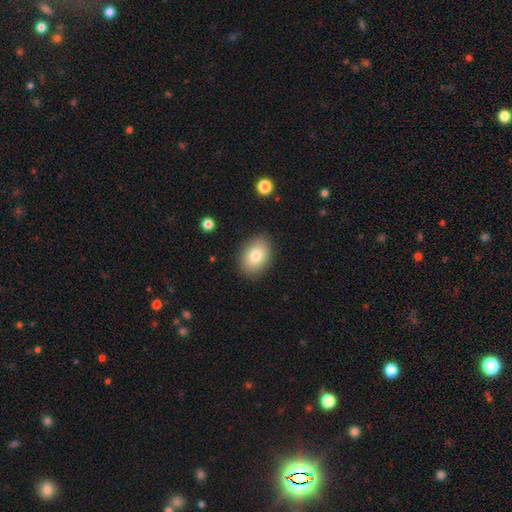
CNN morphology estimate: Smooth or featured?
  - smooth: 81% *
  - featured or disk: 11%
  - star or artifact: 8%
How rounded?
  - in between: 81% *
  - round: 18%
  - cigar-shaped: 1%
Merging?
  - none: 87% *
  - minor disturbance: 10%
  - major disturbance: 3%
  - merger: 1%